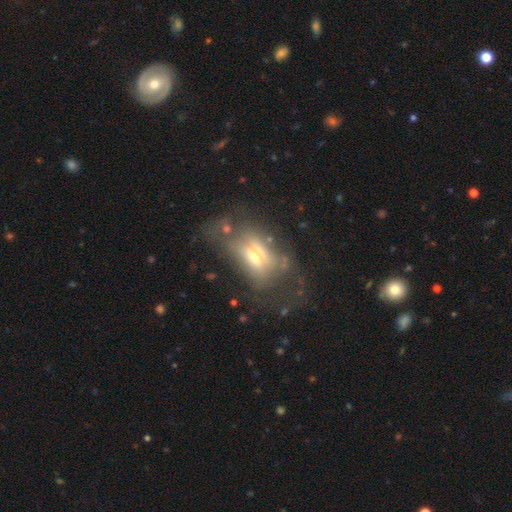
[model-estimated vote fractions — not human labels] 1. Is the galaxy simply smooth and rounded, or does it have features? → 49% featured or disk, 38% smooth, 12% star or artifact.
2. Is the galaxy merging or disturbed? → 38% major disturbance, 32% none, 22% minor disturbance, 8% merger.